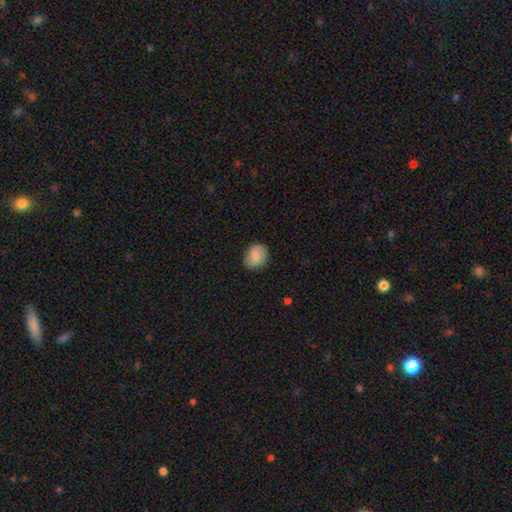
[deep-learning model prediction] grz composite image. It shows a smooth galaxy with no disk features (79%) that is round (54%). Merging: none (82%).